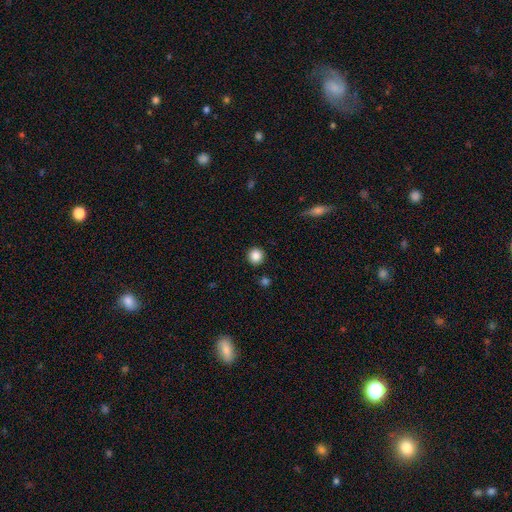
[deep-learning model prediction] smooth 87%, star or artifact 10%, featured or disk 4%. Down the decision tree: how rounded — round (94%); merging — none (91%).